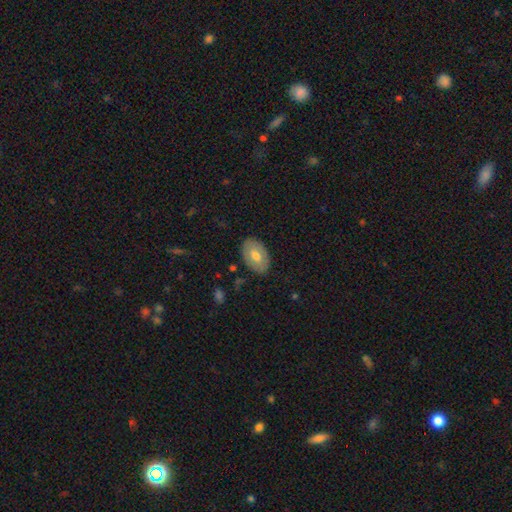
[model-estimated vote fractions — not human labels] The model was most divided on "smooth or featured": smooth: 62%, featured or disk: 32%, star or artifact: 6%. More confident: how rounded — in between (89%); merging — none (85%).